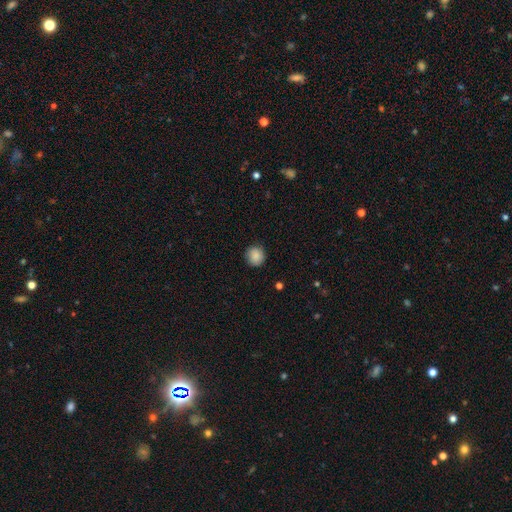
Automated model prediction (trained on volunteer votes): A smooth galaxy with no disk features (88%) that is round (91%).

Vote fractions:
- Smooth or featured? smooth: 88% / star or artifact: 8% / featured or disk: 4%
- How rounded? round: 91% / in between: 8% / cigar-shaped: 1%
- Merging? none: 88% / minor disturbance: 8% / major disturbance: 2% / merger: 1%